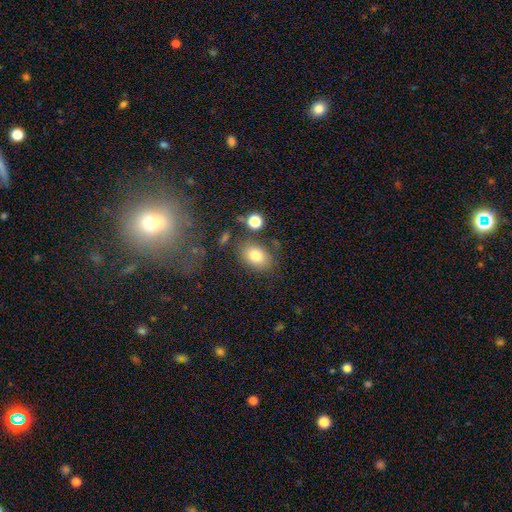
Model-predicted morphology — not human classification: Smooth or featured? smooth (80%)
How rounded? in between (74%)
Merging? none (73%)